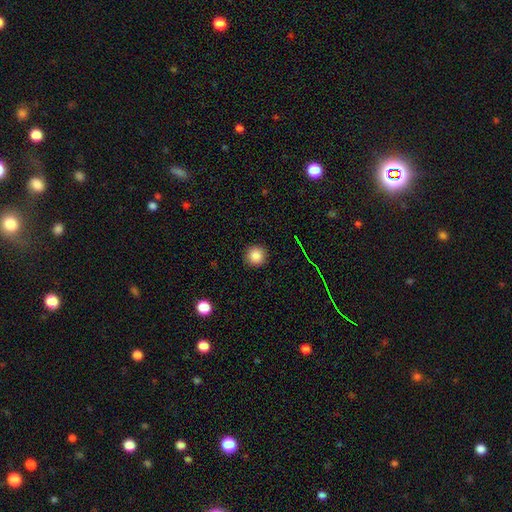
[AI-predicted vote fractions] Q: Smooth or featured?
A: smooth (84%); runner-up: star or artifact (11%)
Q: How rounded?
A: round (95%); runner-up: in between (4%)
Q: Merging?
A: none (91%); runner-up: minor disturbance (6%)